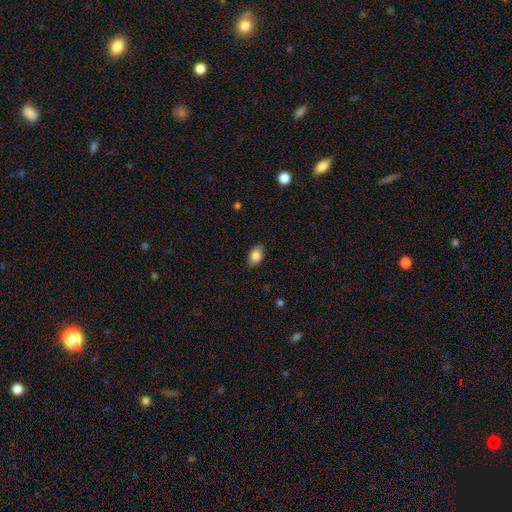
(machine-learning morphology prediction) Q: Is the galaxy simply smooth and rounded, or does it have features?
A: smooth — 83%.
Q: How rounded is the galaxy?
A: in between — 87%.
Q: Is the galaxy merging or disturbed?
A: none — 85%.